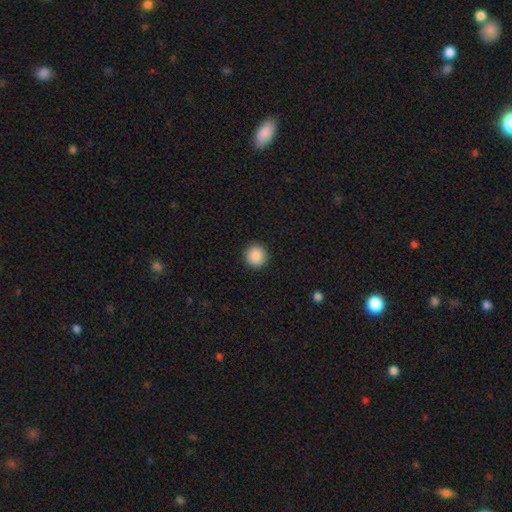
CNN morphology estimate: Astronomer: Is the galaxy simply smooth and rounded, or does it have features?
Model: smooth — 88%.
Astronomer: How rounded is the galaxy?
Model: round — 95%.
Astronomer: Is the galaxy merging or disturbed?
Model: none — 93%.